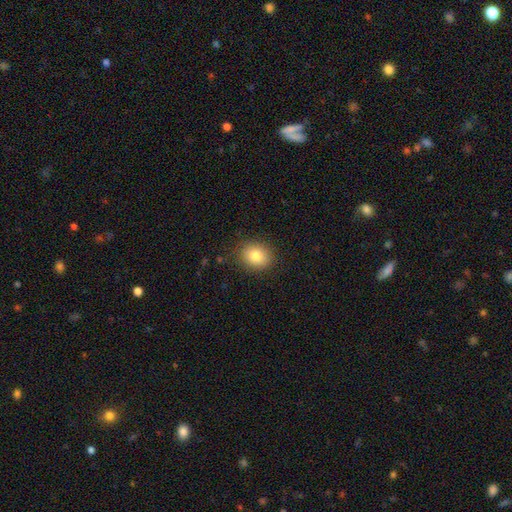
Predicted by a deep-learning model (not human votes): A smooth galaxy with no disk features (82%) that is round (62%).

Vote fractions:
- Smooth or featured? smooth: 82% / star or artifact: 10% / featured or disk: 9%
- How rounded? round: 62% / in between: 37% / cigar-shaped: 1%
- Merging? none: 87% / minor disturbance: 9% / major disturbance: 3% / merger: 1%